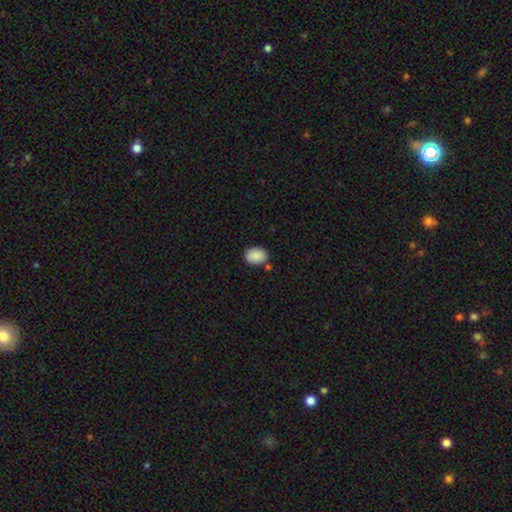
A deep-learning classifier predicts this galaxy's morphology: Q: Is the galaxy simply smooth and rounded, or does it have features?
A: smooth — 90%.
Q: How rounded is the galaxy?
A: in between — 76%.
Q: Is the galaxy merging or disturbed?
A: none — 80%.